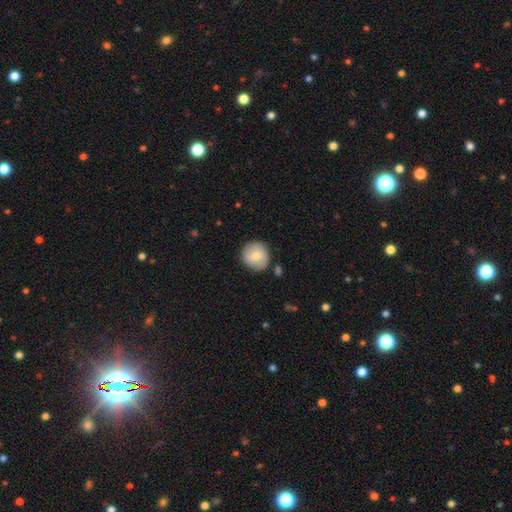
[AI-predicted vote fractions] Smooth or featured? smooth (70%)
How rounded? round (91%)
Merging? none (84%)